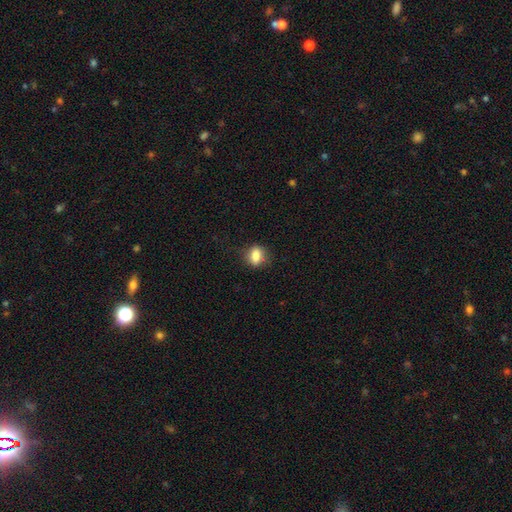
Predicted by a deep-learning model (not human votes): A smooth galaxy with no disk features (79%) that is in between round and cigar-shaped (64%).

Vote fractions:
- Smooth or featured? smooth: 79% / featured or disk: 11% / star or artifact: 10%
- How rounded? in between: 64% / round: 31% / cigar-shaped: 5%
- Merging? none: 74% / minor disturbance: 19% / major disturbance: 6% / merger: 2%